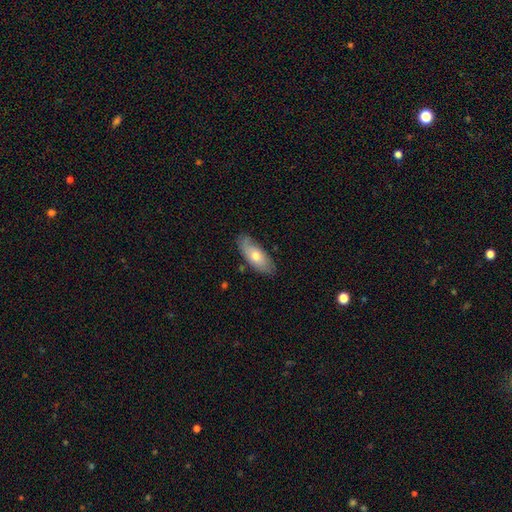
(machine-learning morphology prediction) smooth 63%, featured or disk 30%, star or artifact 6%. Down the decision tree: how rounded — in between (83%); merging — none (77%).